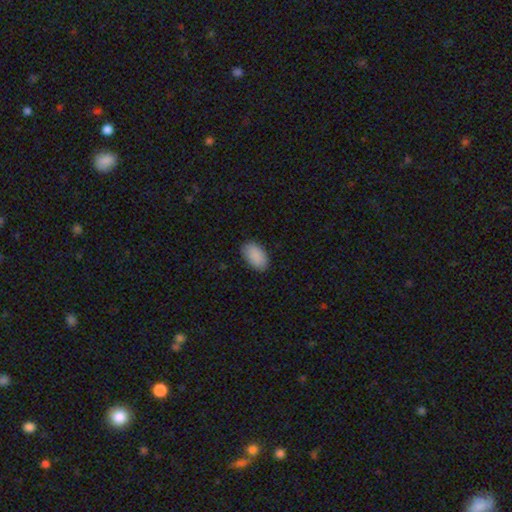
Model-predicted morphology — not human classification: smooth_or_featured: smooth (p=0.90) [alt: star or artifact p=0.06]
how_rounded: in between (p=0.94) [alt: round p=0.04]
merging: none (p=0.86) [alt: minor disturbance p=0.11]